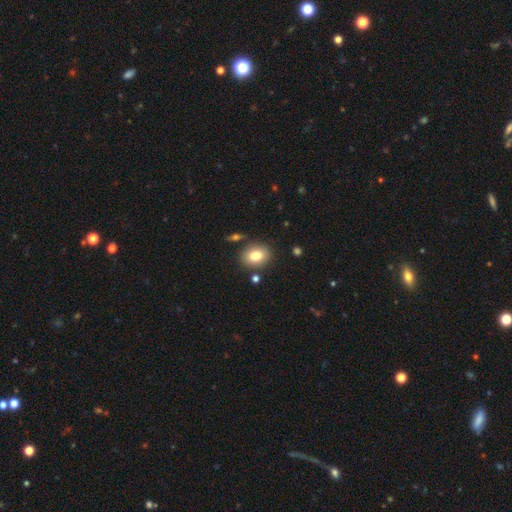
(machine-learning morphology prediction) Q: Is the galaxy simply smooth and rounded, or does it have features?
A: smooth — 79%.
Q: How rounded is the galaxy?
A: in between — 58%.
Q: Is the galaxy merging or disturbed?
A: none — 82%.